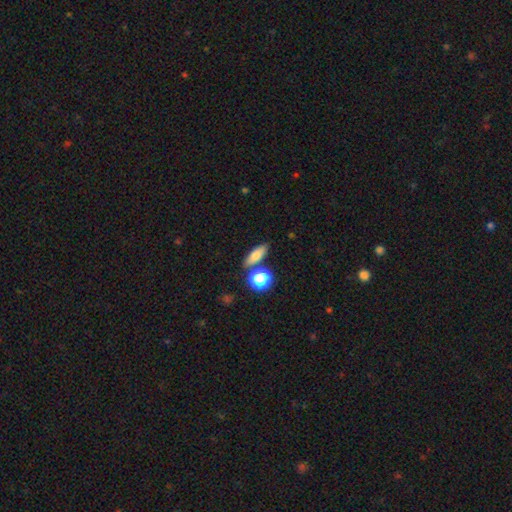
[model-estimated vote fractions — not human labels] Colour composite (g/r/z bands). It shows a smooth galaxy with no disk features (75%) that is in between round and cigar-shaped (56%). Merging: none (77%).